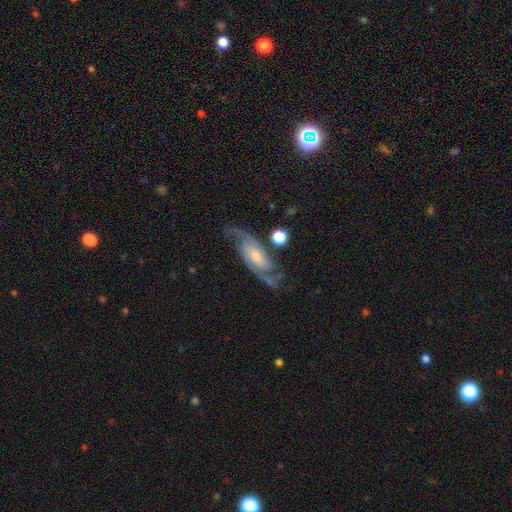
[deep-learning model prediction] Smooth or featured?
  - featured or disk: 89% *
  - smooth: 6%
  - star or artifact: 5%
Edge-on disk?
  - no: 94% *
  - yes: 6%
Bar?
  - weak: 43% *
  - no: 40%
  - strong: 17%
Spiral arms?
  - yes: 98% *
  - no: 2%
Spiral winding?
  - medium: 54% *
  - tight: 29%
  - loose: 17%
Spiral arm count?
  - 2: 89% *
  - 3: 4%
  - can't tell: 4%
  - 4: 1%
  - 1: 1%
  - more than 4: 1%
Bulge size?
  - small: 49% *
  - moderate: 36%
  - none: 8%
  - large: 5%
  - dominant: 1%
Merging?
  - none: 77% *
  - minor disturbance: 14%
  - major disturbance: 6%
  - merger: 3%